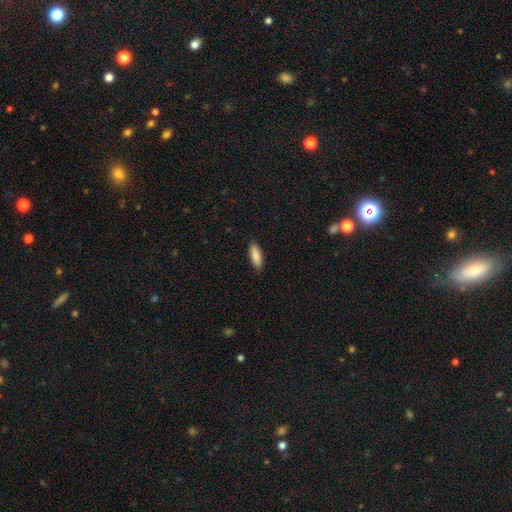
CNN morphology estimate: smooth-or-featured: smooth: 88% | featured or disk: 7% | star or artifact: 6%
  how-rounded: in between: 60% | cigar-shaped: 38% | round: 2%
  merging: none: 88% | minor disturbance: 9% | major disturbance: 2% | merger: 1%